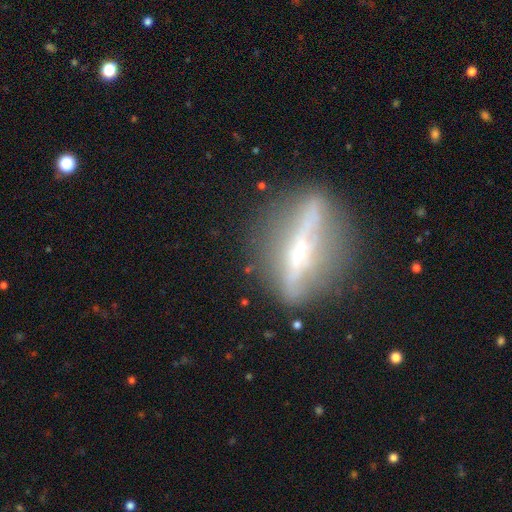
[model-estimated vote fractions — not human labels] A featured or disk galaxy (73%) viewed edge-on (81%) with a rounded central bulge (66%).

Vote fractions:
- Smooth or featured? featured or disk: 73% / smooth: 17% / star or artifact: 9%
- Edge-on disk? yes: 81% / no: 19%
- Edge-on bulge? rounded: 66% / none: 23% / boxy: 11%
- Merging? none: 75% / minor disturbance: 15% / major disturbance: 8% / merger: 3%